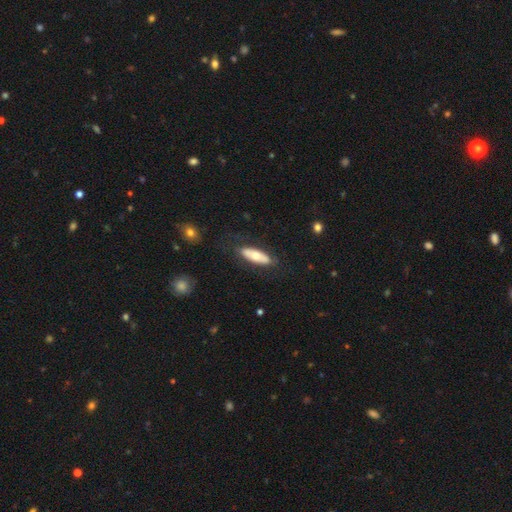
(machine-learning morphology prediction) This is possibly a smooth galaxy (57%). How rounded: likely in between (65%). Merging: likely none (78%).